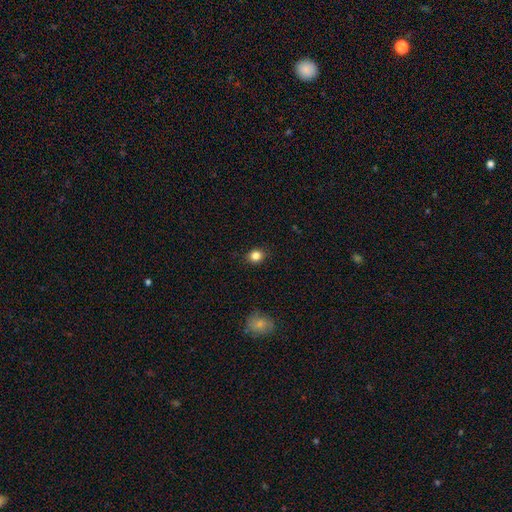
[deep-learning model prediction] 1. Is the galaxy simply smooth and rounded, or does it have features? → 83% smooth, 11% star or artifact, 5% featured or disk.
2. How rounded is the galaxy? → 74% round, 25% in between, 1% cigar-shaped.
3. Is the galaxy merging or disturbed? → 88% none, 8% minor disturbance, 2% major disturbance, 1% merger.